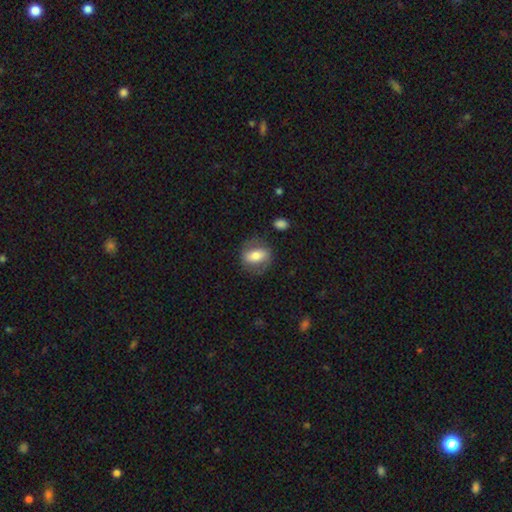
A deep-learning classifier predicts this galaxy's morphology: This appears to be a smooth galaxy with no disk features (58%) that is in between round and cigar-shaped (69%). Merging: none (73%).